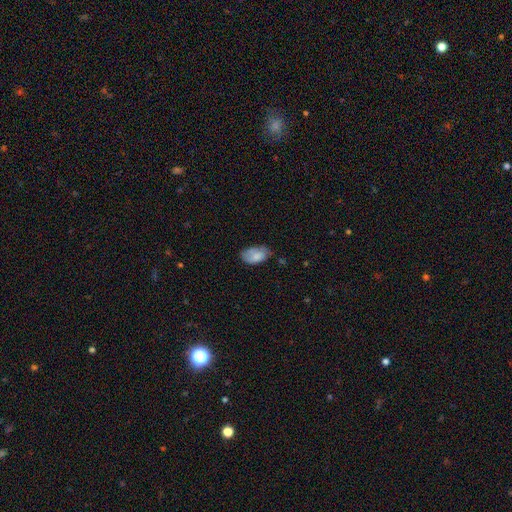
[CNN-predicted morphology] type=smooth (75%); roundness=in between (93%); merging=none (54%).